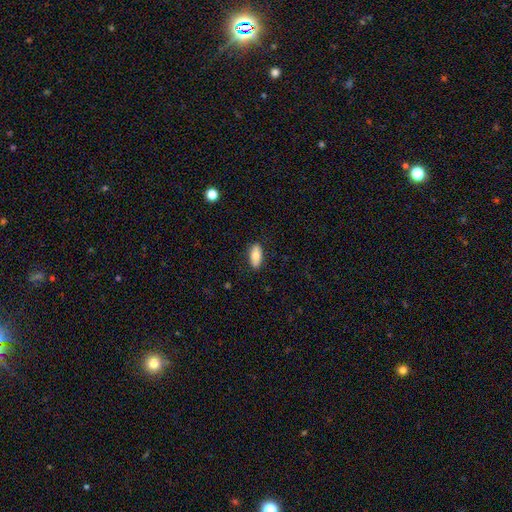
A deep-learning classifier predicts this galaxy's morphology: smooth_or_featured: smooth (p=0.79) [alt: featured or disk p=0.14]
how_rounded: in between (p=0.87) [alt: cigar-shaped p=0.10]
merging: none (p=0.88) [alt: minor disturbance p=0.09]